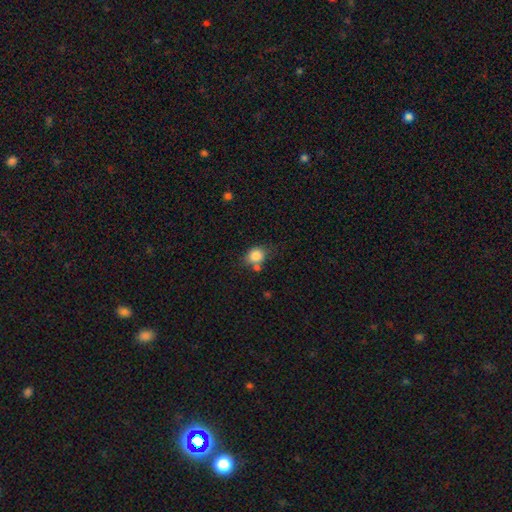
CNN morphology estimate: smooth_or_featured: smooth (p=0.83) [alt: star or artifact p=0.10]
how_rounded: round (p=0.60) [alt: in between p=0.39]
merging: none (p=0.57) [alt: minor disturbance p=0.19]